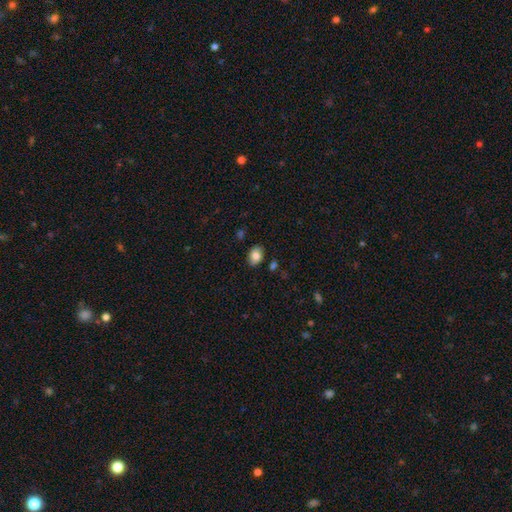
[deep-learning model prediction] Q: Smooth or featured?
A: smooth (81%); runner-up: featured or disk (11%)
Q: How rounded?
A: in between (81%); runner-up: round (18%)
Q: Merging?
A: none (85%); runner-up: minor disturbance (11%)